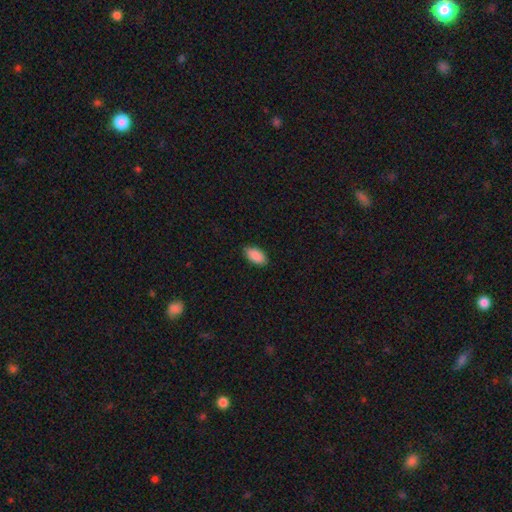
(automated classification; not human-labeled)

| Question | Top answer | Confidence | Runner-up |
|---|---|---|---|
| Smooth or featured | smooth | 90% | star or artifact (6%) |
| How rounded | in between | 94% | cigar-shaped (3%) |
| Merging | none | 88% | minor disturbance (9%) |